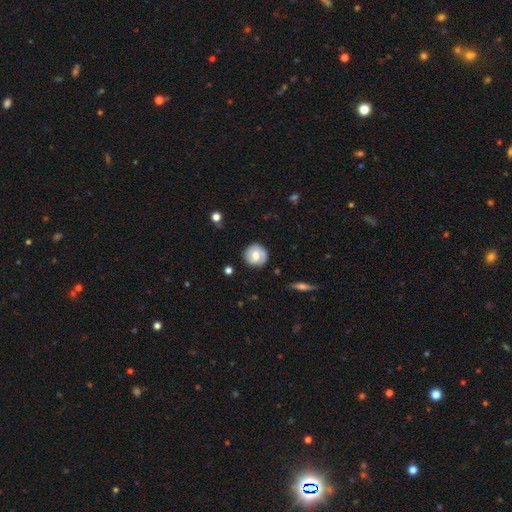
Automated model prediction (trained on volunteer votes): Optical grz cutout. It shows a smooth galaxy with no disk features (53%) that is round (91%). Merging: none (82%).